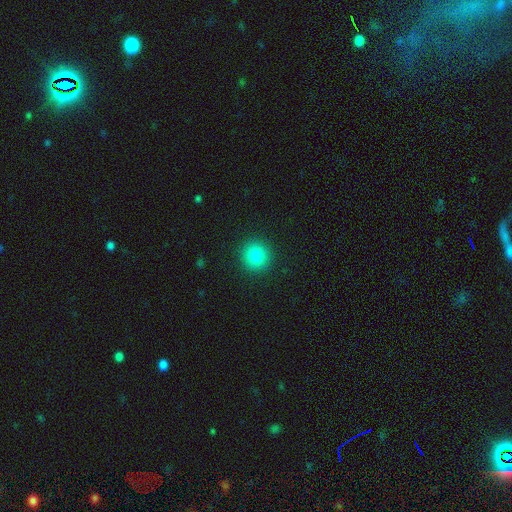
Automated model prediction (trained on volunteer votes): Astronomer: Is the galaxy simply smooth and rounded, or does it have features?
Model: smooth — 82%.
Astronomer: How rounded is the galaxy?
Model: round — 93%.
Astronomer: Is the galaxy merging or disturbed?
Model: none — 91%.